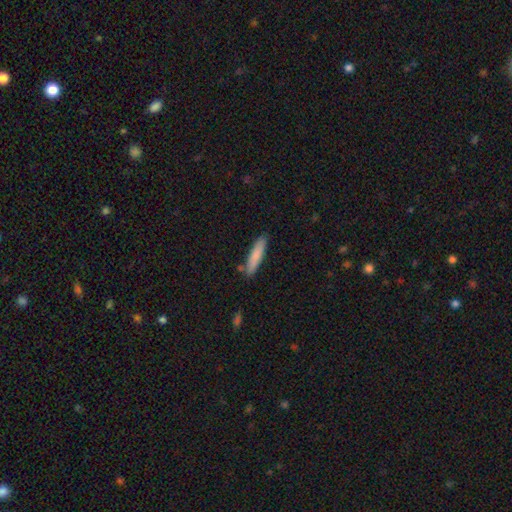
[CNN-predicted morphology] This appears to be a smooth galaxy with no disk features (81%) that is cigar-shaped (83%). Merging: none (84%).